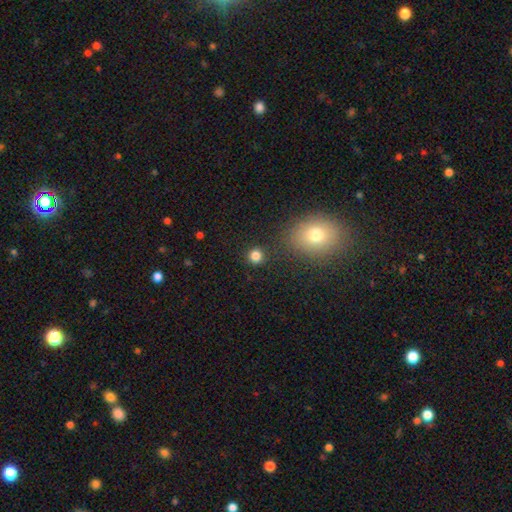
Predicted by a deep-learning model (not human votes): Morphology: type=smooth (83%); roundness=round (91%); merging=none (88%).